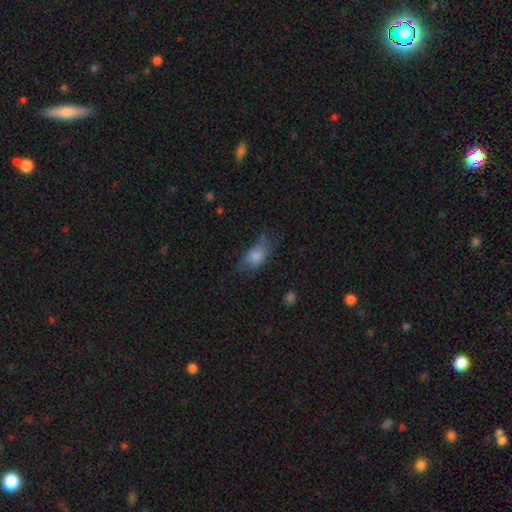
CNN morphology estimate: A smooth galaxy with no disk features (69%) that is in between round and cigar-shaped (79%).

Vote fractions:
- Smooth or featured? smooth: 69% / featured or disk: 21% / star or artifact: 10%
- How rounded? in between: 79% / cigar-shaped: 11% / round: 10%
- Merging? none: 43% / minor disturbance: 31% / major disturbance: 23% / merger: 3%